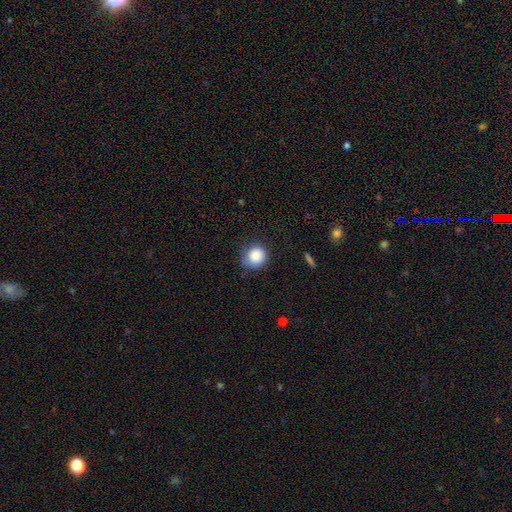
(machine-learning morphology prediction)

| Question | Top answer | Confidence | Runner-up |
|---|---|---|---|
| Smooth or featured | smooth | 86% | star or artifact (8%) |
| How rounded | round | 88% | in between (12%) |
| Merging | none | 68% | minor disturbance (23%) |